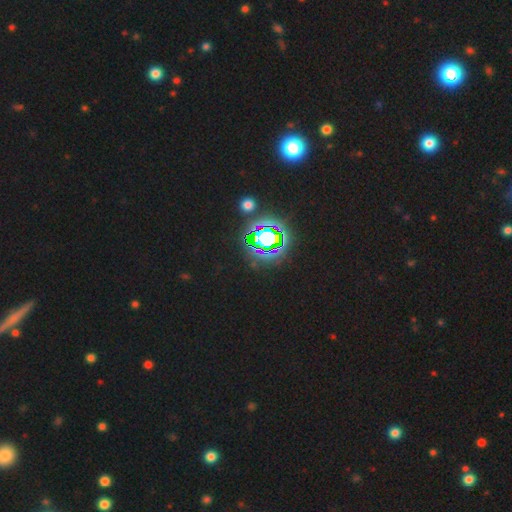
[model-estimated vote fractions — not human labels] Overall: star or artifact (83%).